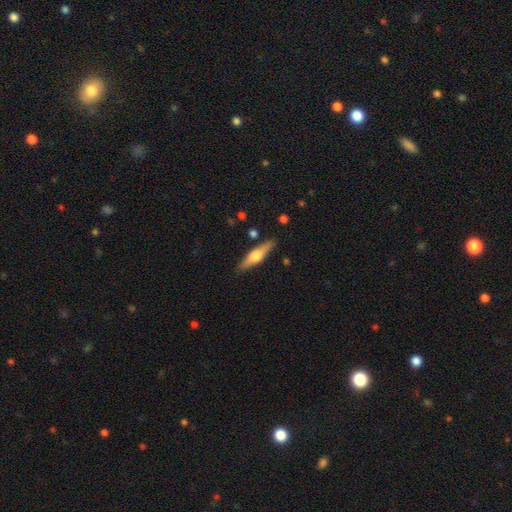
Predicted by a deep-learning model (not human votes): The model was most divided on "smooth or featured": featured or disk: 58%, smooth: 36%, star or artifact: 5%. More confident: edge-on disk — yes (95%); edge-on bulge — rounded (93%); merging — none (87%).